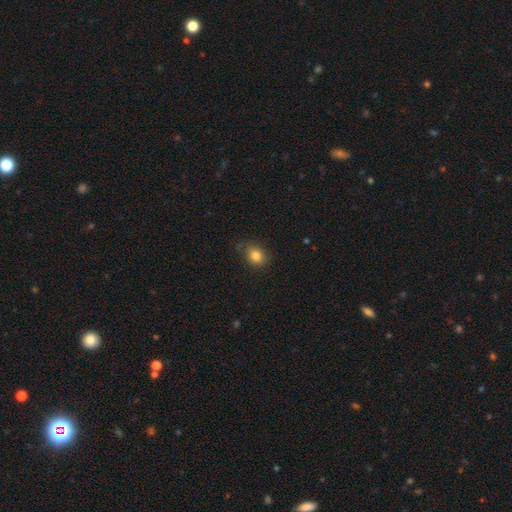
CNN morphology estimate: Smooth or featured: smooth — 83% (star or artifact — 10%)
How rounded: in between — 51% (round — 48%)
Merging: none — 74% (minor disturbance — 20%)